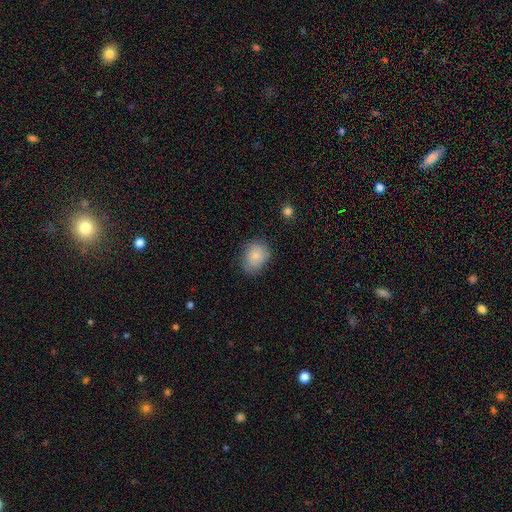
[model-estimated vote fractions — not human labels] Smooth or featured?
  - smooth: 83% *
  - featured or disk: 9%
  - star or artifact: 8%
How rounded?
  - in between: 50% * (tied)
  - round: 50% * (tied)
  - cigar-shaped: 1%
Merging?
  - none: 73% *
  - minor disturbance: 21%
  - major disturbance: 5%
  - merger: 1%